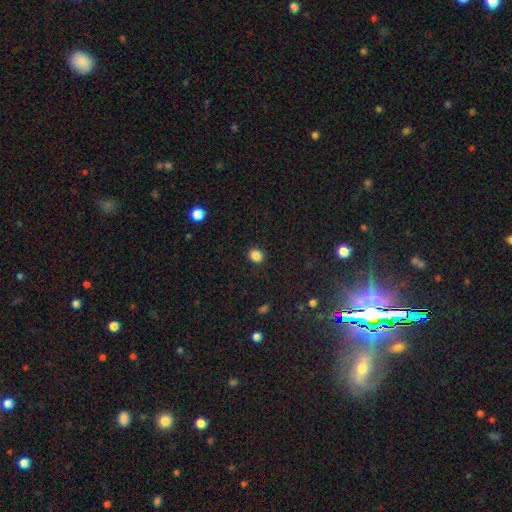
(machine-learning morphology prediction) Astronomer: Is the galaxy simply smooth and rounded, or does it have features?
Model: smooth — 86%.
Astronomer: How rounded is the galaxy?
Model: round — 60% (runner-up: in between, 39%).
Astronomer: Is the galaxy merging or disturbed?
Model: none — 89%.